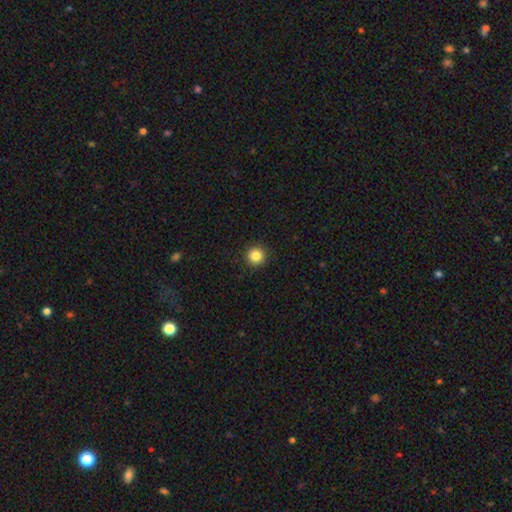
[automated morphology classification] This appears to be a smooth galaxy with no disk features (85%) that is round (96%). Merging: none (93%).